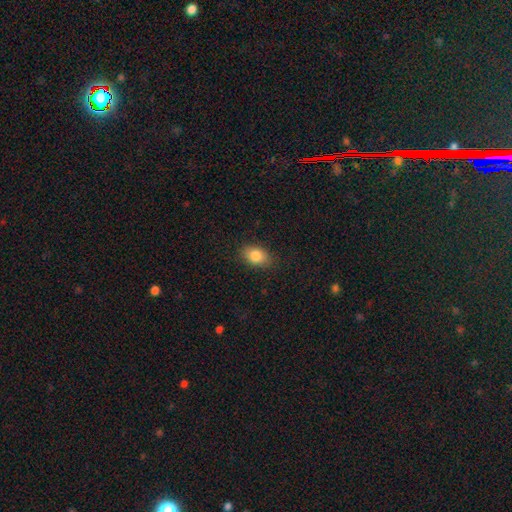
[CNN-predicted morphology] smooth_or_featured: smooth (p=0.84) [alt: star or artifact p=0.08]
how_rounded: in between (p=0.83) [alt: round p=0.15]
merging: none (p=0.86) [alt: minor disturbance p=0.10]